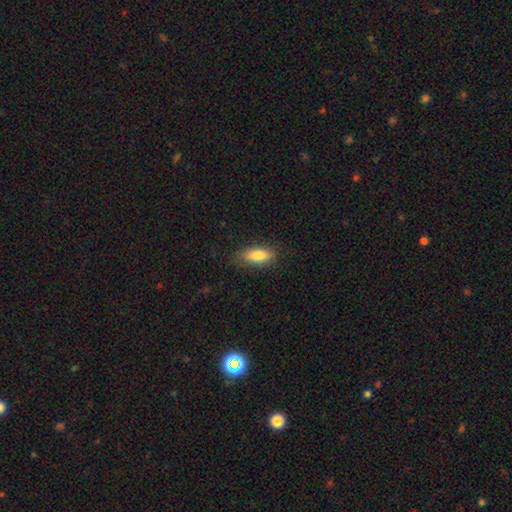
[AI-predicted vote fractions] Smooth or featured?
  - smooth: 81% *
  - featured or disk: 12%
  - star or artifact: 7%
How rounded?
  - in between: 76% *
  - cigar-shaped: 21%
  - round: 3%
Merging?
  - none: 81% *
  - minor disturbance: 14%
  - major disturbance: 3%
  - merger: 1%